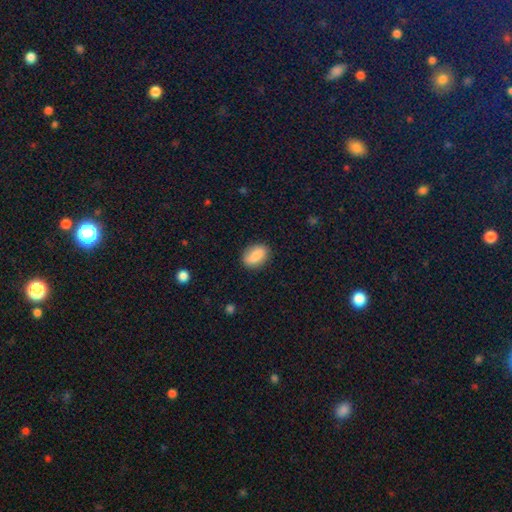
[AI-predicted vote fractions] Smooth or featured? Predicted: smooth (p=0.82). How rounded? Predicted: in between (p=0.83). Merging? Predicted: none (p=0.83).